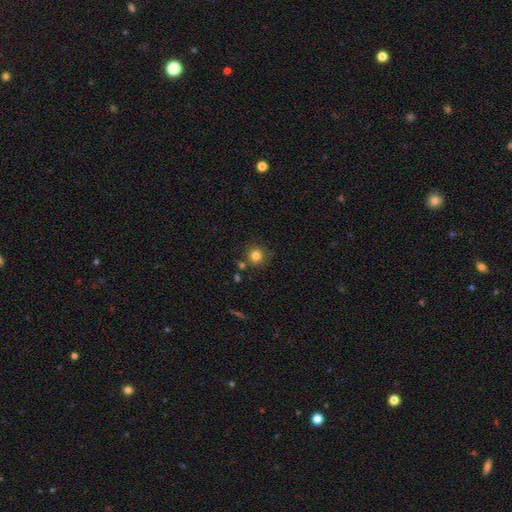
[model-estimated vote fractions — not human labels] Morphology: type=smooth (81%); roundness=round (93%); merging=none (79%).